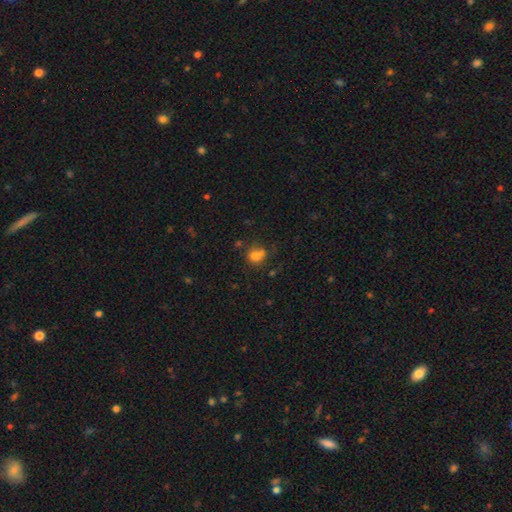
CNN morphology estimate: Smooth or featured? Predicted: smooth (p=0.72). How rounded? Predicted: round (p=0.57). Merging? Predicted: none (p=0.37).